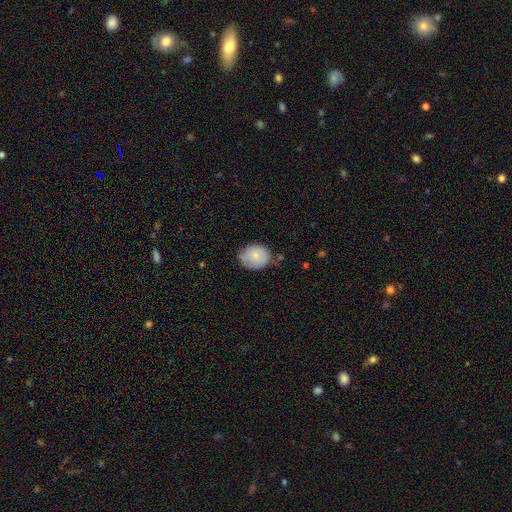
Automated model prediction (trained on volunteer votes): A smooth galaxy with no disk features (78%) that is round (55%).

Vote fractions:
- Smooth or featured? smooth: 78% / featured or disk: 15% / star or artifact: 7%
- How rounded? round: 55% / in between: 44% / cigar-shaped: 1%
- Merging? none: 63% / minor disturbance: 29% / major disturbance: 5% / merger: 3%